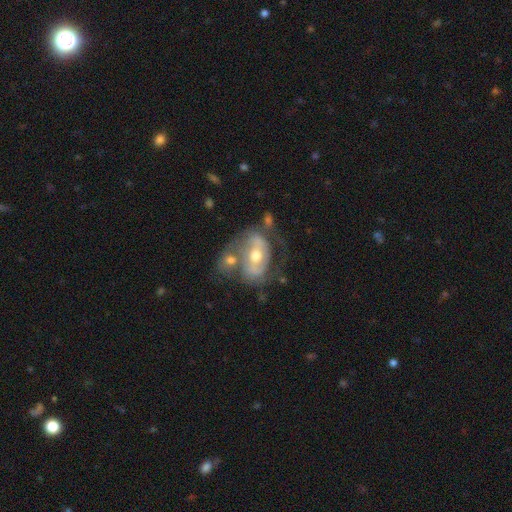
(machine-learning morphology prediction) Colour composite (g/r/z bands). It shows a featured or disk galaxy (72%) with no bar (40%), spiral arms (64%) and a moderate central bulge (72%). Merging: none (38%).